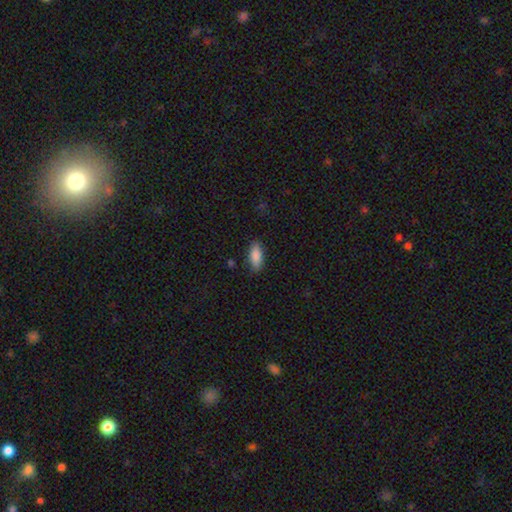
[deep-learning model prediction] smooth-or-featured: smooth: 88% | star or artifact: 6% | featured or disk: 5%
  how-rounded: in between: 83% | cigar-shaped: 16% | round: 2%
  merging: none: 86% | minor disturbance: 11% | major disturbance: 2% | merger: 1%